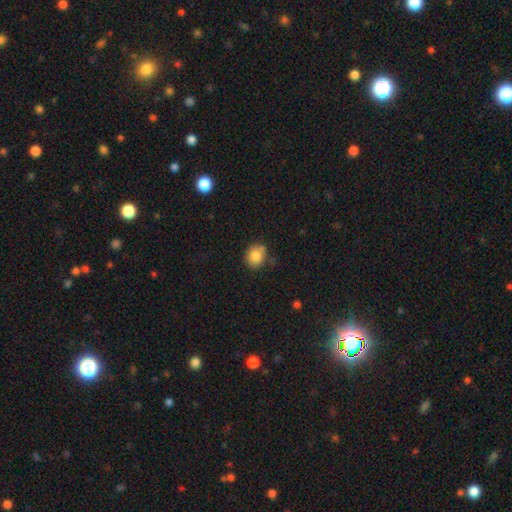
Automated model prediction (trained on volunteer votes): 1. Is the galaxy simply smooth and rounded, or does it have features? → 82% smooth, 10% star or artifact, 8% featured or disk.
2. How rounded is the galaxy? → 75% round, 25% in between, 1% cigar-shaped.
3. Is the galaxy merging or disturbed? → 72% none, 18% minor disturbance, 7% merger, 4% major disturbance.